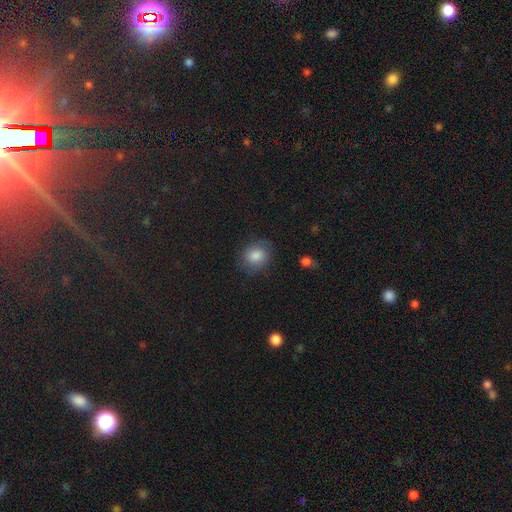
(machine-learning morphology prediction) This is likely a smooth galaxy (80%). How rounded: likely round (65%). Merging: likely none (74%).